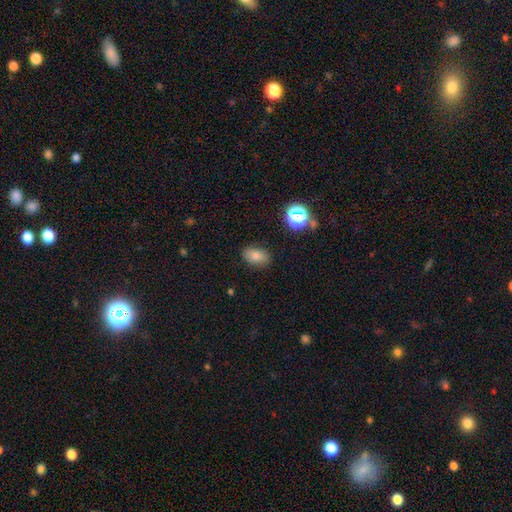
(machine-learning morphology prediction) Smooth or featured? smooth (80%)
How rounded? in between (87%)
Merging? none (84%)